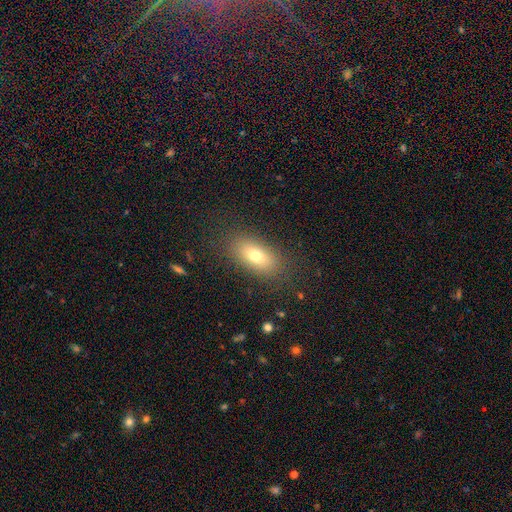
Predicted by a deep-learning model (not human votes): Smooth or featured? Predicted: smooth (p=0.74). How rounded? Predicted: in between (p=0.84). Merging? Predicted: none (p=0.84).